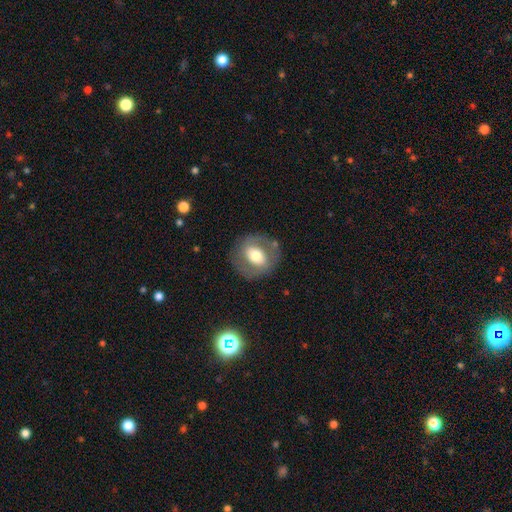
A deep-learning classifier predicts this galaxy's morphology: Smooth or featured? Predicted: smooth (p=0.49). Merging? Predicted: none (p=0.78).